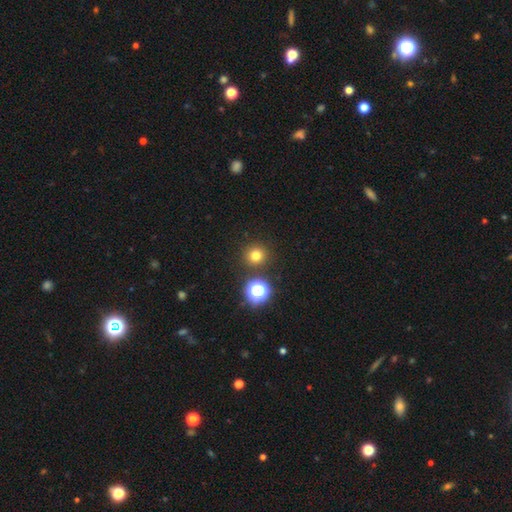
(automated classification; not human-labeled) This appears to be a smooth galaxy with no disk features (74%) that is round (94%). Merging: none (88%).